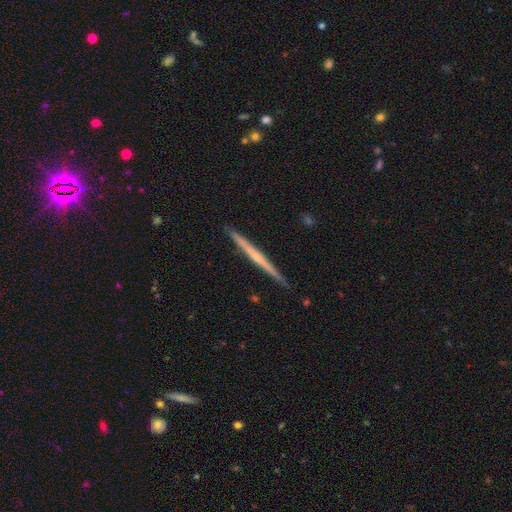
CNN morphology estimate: The model was most divided on "smooth or featured": featured or disk: 66%, smooth: 29%, star or artifact: 5%. More confident: edge-on disk — yes (98%); merging — none (92%); edge-on bulge — none (69%).